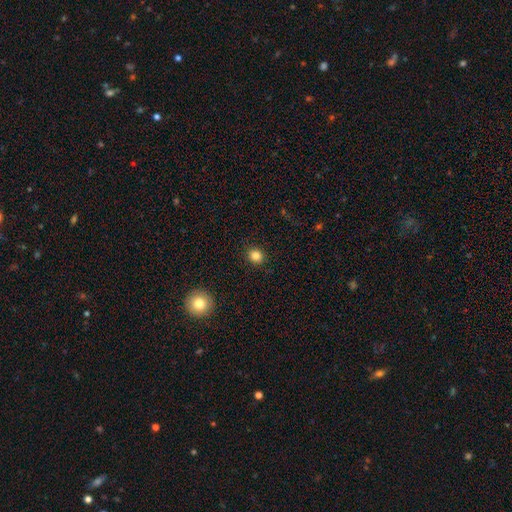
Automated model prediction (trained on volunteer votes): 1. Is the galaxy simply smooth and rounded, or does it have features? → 83% smooth, 12% star or artifact, 5% featured or disk.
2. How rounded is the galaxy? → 74% round, 25% in between, 1% cigar-shaped.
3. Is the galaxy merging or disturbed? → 90% none, 7% minor disturbance, 2% major disturbance, 1% merger.